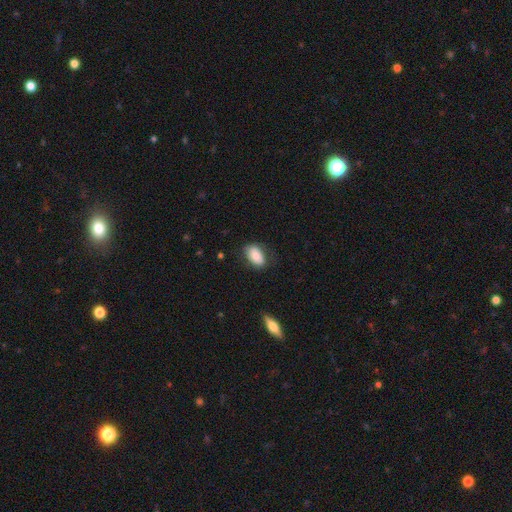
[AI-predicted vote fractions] smooth-or-featured: smooth: 80% | featured or disk: 14% | star or artifact: 7%
  how-rounded: in between: 91% | round: 7% | cigar-shaped: 2%
  merging: none: 75% | minor disturbance: 18% | major disturbance: 6% | merger: 1%